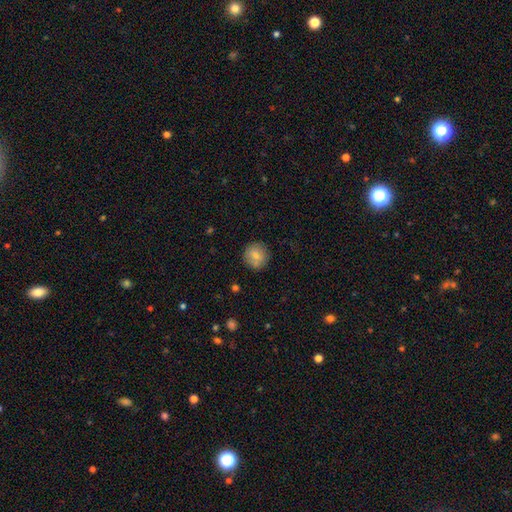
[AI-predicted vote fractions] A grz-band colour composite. It shows a smooth galaxy with no disk features (77%) that is round (92%). Merging: none (83%).